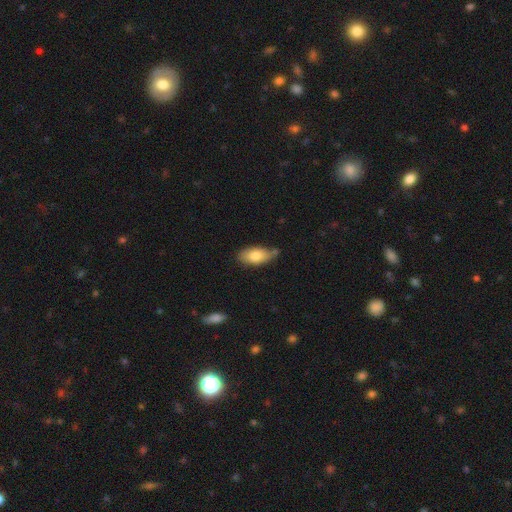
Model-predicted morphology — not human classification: Smooth or featured? smooth (78%)
How rounded? in between (90%)
Merging? none (65%)